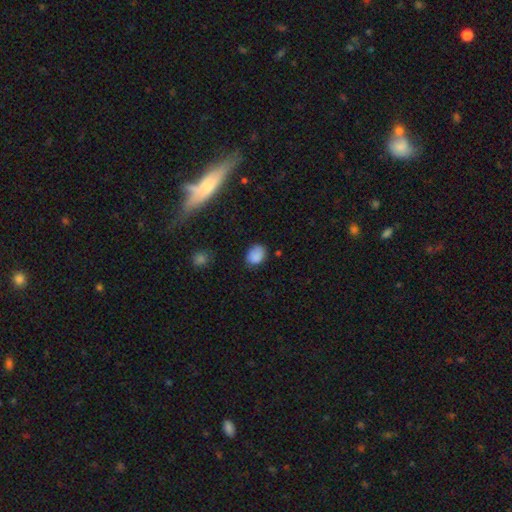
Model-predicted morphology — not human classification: Smooth or featured: smooth — 86% (star or artifact — 10%)
How rounded: in between — 69% (round — 30%)
Merging: none — 74% (minor disturbance — 20%)